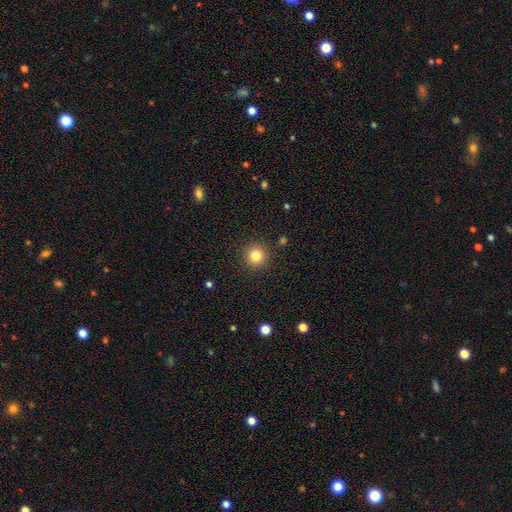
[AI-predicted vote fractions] Smooth or featured: smooth — 82% (star or artifact — 12%)
How rounded: round — 95% (in between — 4%)
Merging: none — 91% (minor disturbance — 5%)